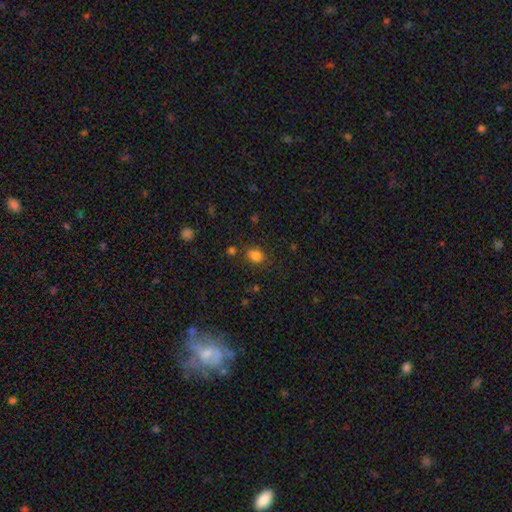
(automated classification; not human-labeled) This appears to be a smooth galaxy with no disk features (81%) that is in between round and cigar-shaped (54%). Merging: none (75%).